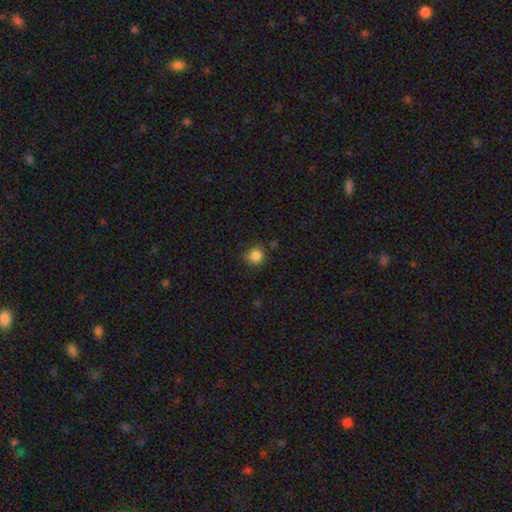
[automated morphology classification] smooth 85%, star or artifact 11%, featured or disk 4%. Down the decision tree: how rounded — round (88%); merging — none (77%).